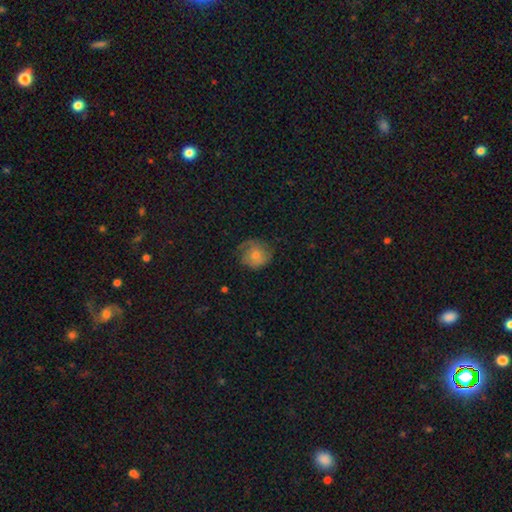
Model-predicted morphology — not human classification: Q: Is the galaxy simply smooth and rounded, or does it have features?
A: smooth — 62%.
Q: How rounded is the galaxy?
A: round — 83%.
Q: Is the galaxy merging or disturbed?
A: none — 60%.